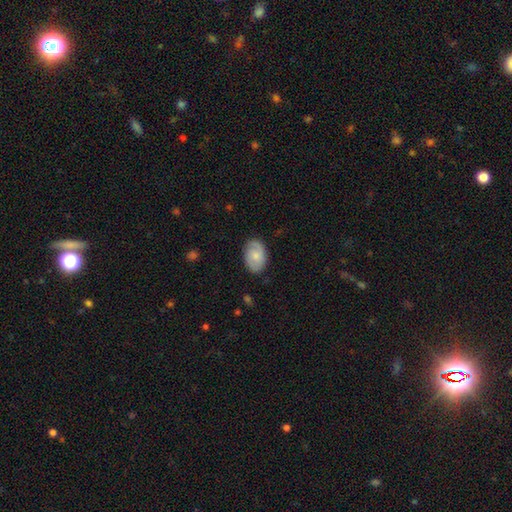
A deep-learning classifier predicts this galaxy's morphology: Smooth or featured: smooth — 55% (featured or disk — 39%)
How rounded: in between — 84% (round — 14%)
Merging: none — 80% (minor disturbance — 15%)